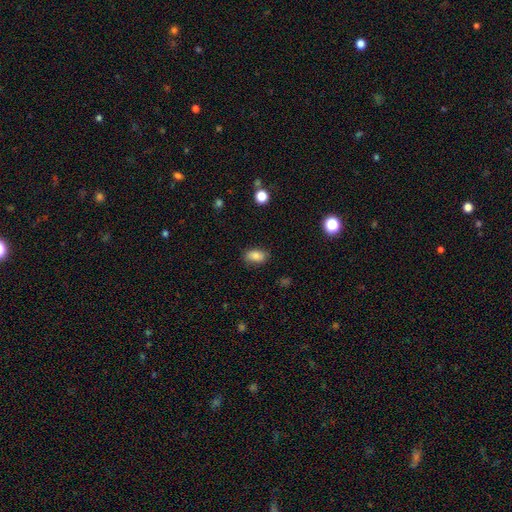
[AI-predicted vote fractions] smooth-or-featured: smooth: 82% | star or artifact: 9% | featured or disk: 9%
  how-rounded: in between: 89% | round: 9% | cigar-shaped: 2%
  merging: none: 81% | minor disturbance: 14% | major disturbance: 3% | merger: 1%